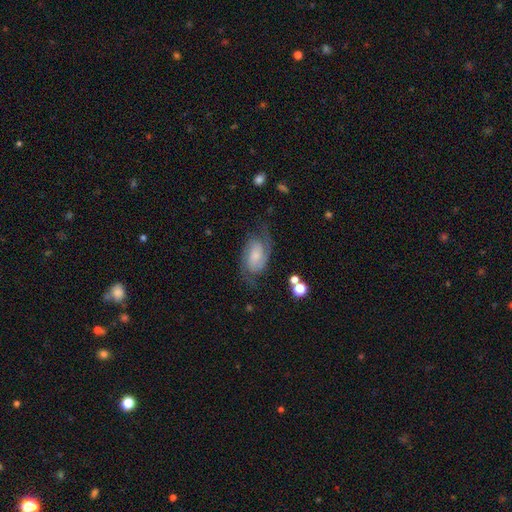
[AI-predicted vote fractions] Smooth or featured: featured or disk — 75% (smooth — 18%)
Edge-on disk: no — 96% (yes — 4%)
Bar: no — 57% (weak — 34%)
Spiral arms: yes — 95% (no — 5%)
Spiral winding: medium — 47% (tight — 33%)
Spiral arm count: 2 — 83% (can't tell — 8%)
Bulge size: small — 48% (moderate — 26%)
Merging: none — 65% (minor disturbance — 19%)